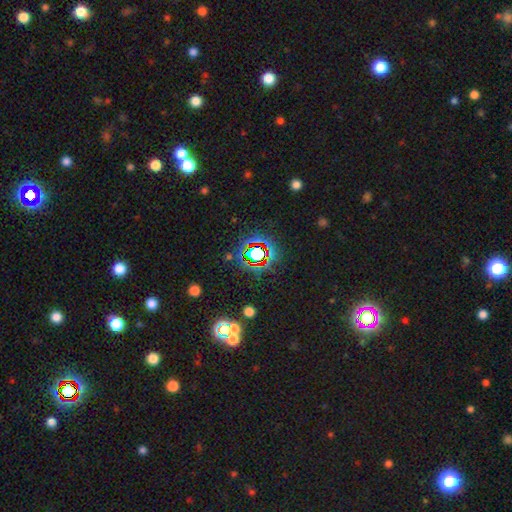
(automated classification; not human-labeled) Smooth or featured: star or artifact — 70% (smooth — 19%)